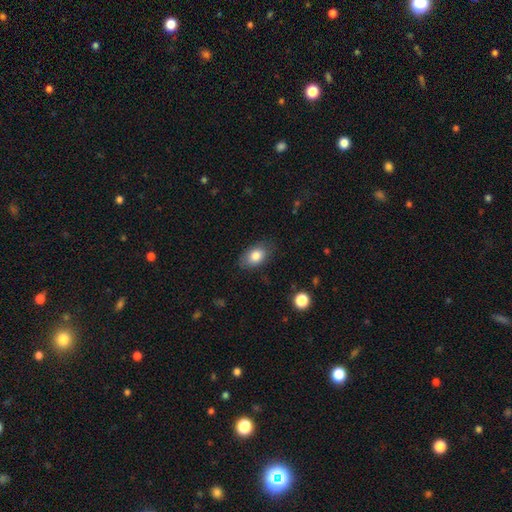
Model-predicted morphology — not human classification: Smooth or featured: smooth — 82% (featured or disk — 10%)
How rounded: in between — 87% (round — 11%)
Merging: none — 80% (minor disturbance — 15%)